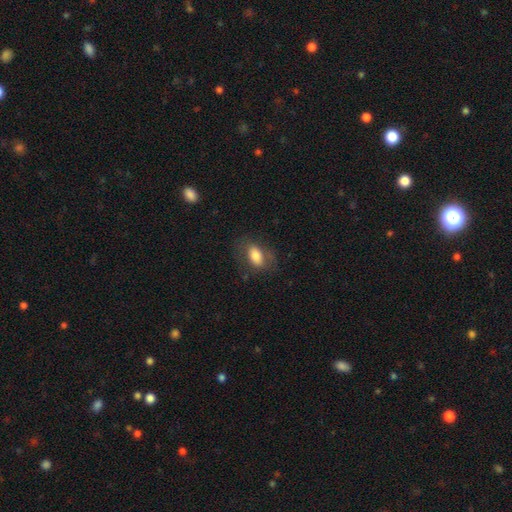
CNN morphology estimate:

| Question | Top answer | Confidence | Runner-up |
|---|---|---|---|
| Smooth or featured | smooth | 74% | featured or disk (18%) |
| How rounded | in between | 87% | round (10%) |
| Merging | none | 69% | minor disturbance (19%) |